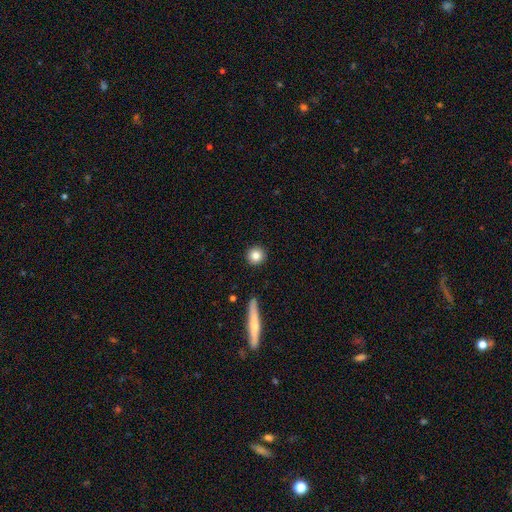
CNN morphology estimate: Smooth or featured: smooth — 84% (star or artifact — 9%)
How rounded: round — 94% (in between — 5%)
Merging: none — 91% (minor disturbance — 5%)